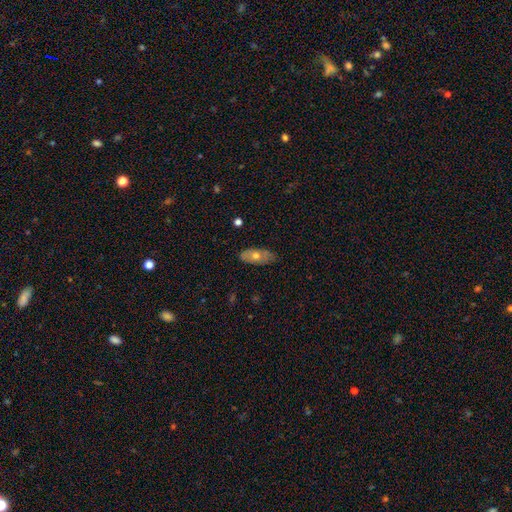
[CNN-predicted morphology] This is possibly a smooth galaxy (51%). How rounded: clearly in between (84%). Merging: likely none (78%).